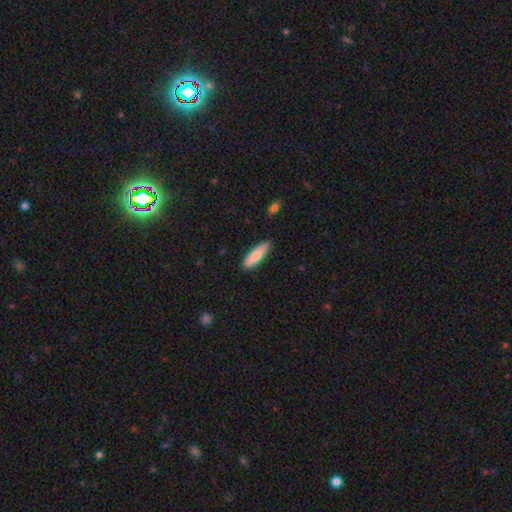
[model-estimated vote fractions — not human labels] Smooth or featured? smooth (82%)
How rounded? cigar-shaped (61%)
Merging? none (86%)